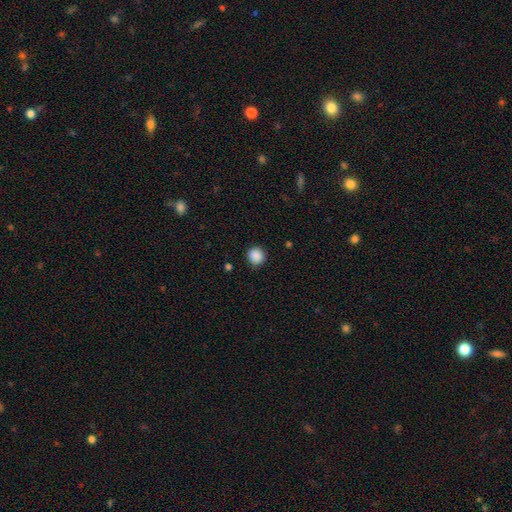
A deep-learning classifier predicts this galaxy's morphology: Smooth or featured?
  - smooth: 88% *
  - star or artifact: 9%
  - featured or disk: 3%
How rounded?
  - round: 89% *
  - in between: 10%
  - cigar-shaped: 1%
Merging?
  - none: 87% *
  - minor disturbance: 10%
  - major disturbance: 2%
  - merger: 1%